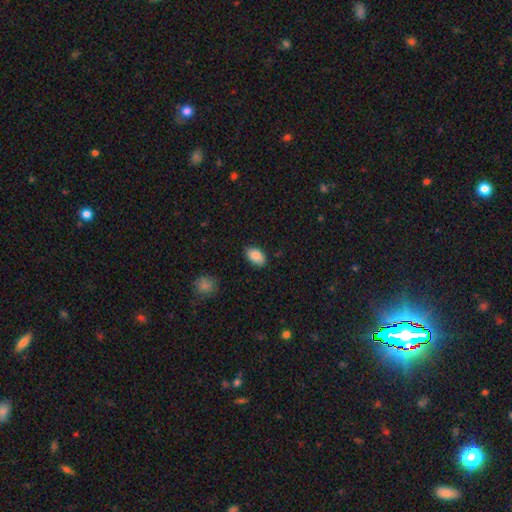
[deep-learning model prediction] Smooth or featured: smooth — 89% (star or artifact — 7%)
How rounded: in between — 92% (round — 6%)
Merging: none — 85% (minor disturbance — 12%)